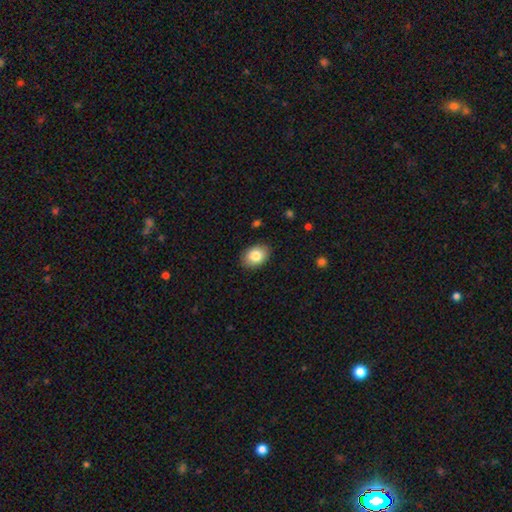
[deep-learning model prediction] The model was most divided on "how rounded": in between: 76%, round: 23%, cigar-shaped: 1%. More confident: merging — none (87%); smooth or featured — smooth (84%).